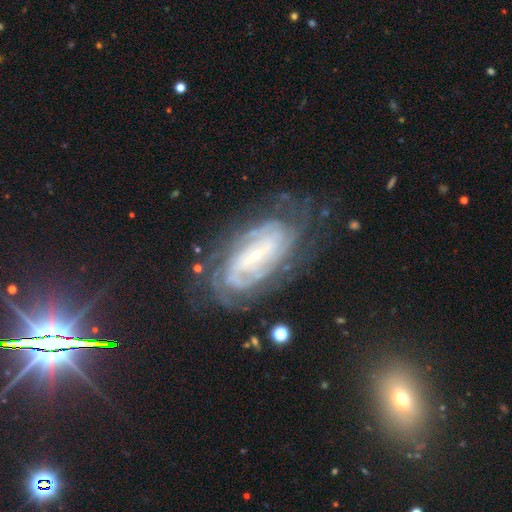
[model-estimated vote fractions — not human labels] Smooth or featured?
  - featured or disk: 86% *
  - smooth: 7%
  - star or artifact: 7%
Edge-on disk?
  - no: 94% *
  - yes: 6%
Bar?
  - strong: 38% * (tied)
  - weak: 38% * (tied)
  - no: 24%
Spiral arms?
  - yes: 96% *
  - no: 4%
Spiral winding?
  - tight: 73% *
  - medium: 22%
  - loose: 5%
Spiral arm count?
  - can't tell: 35% *
  - 2: 23%
  - 4: 15%
  - 3: 14%
  - more than 4: 8%
  - 1: 6%
Bulge size?
  - small: 78% *
  - moderate: 16%
  - none: 3%
  - large: 2%
  - dominant: 1%
Merging?
  - none: 72% *
  - minor disturbance: 17%
  - major disturbance: 9%
  - merger: 2%